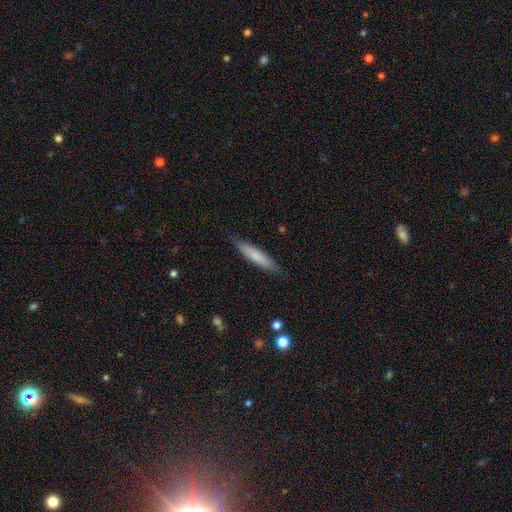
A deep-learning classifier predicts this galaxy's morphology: Smooth or featured: smooth — 74% (featured or disk — 20%)
How rounded: cigar-shaped — 85% (in between — 14%)
Merging: none — 85% (minor disturbance — 12%)